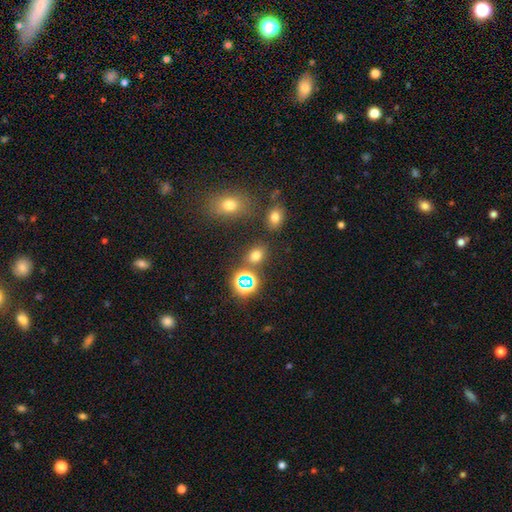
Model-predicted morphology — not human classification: Smooth or featured: smooth — 66% (star or artifact — 26%)
How rounded: in between — 58% (round — 40%)
Merging: none — 78% (minor disturbance — 10%)